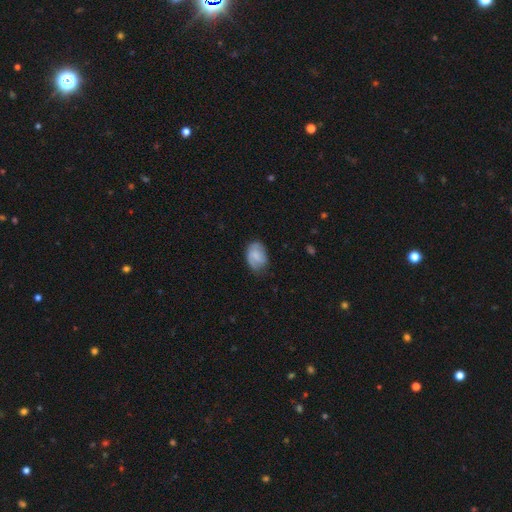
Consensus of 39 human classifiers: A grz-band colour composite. It shows a smooth galaxy with no disk features (62%) that is in between round and cigar-shaped (62%). Merging: none (51%).